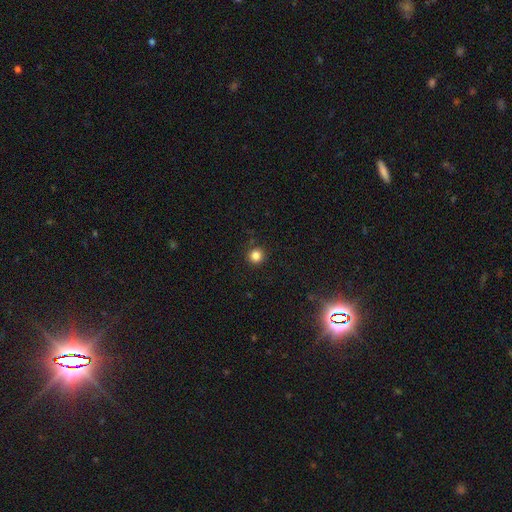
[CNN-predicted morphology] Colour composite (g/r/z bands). It shows a smooth galaxy with no disk features (84%) that is round (93%). Merging: none (90%).